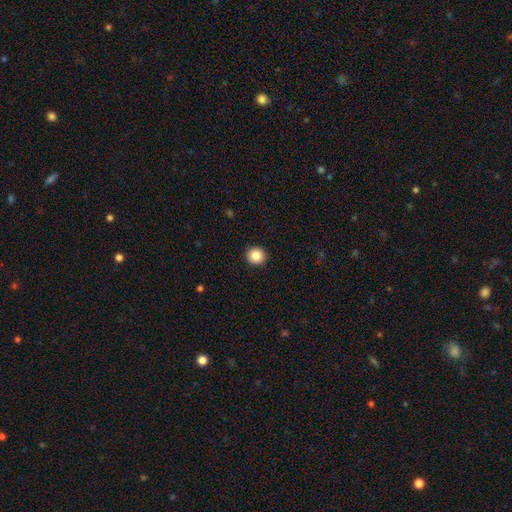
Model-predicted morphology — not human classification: Smooth or featured? smooth (86%)
How rounded? round (93%)
Merging? none (93%)